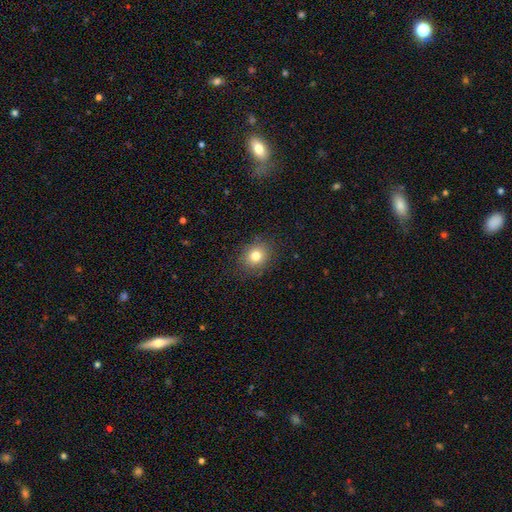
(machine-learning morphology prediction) The model was most divided on "how rounded": round: 71%, in between: 29%, cigar-shaped: 1%. More confident: merging — none (85%); smooth or featured — smooth (79%).